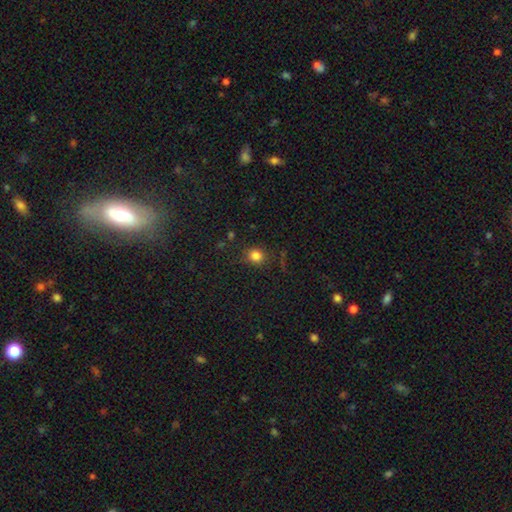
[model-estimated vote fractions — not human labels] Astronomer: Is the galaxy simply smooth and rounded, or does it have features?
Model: smooth — 82%.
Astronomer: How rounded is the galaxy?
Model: round — 78%.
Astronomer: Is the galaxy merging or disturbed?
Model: none — 83%.